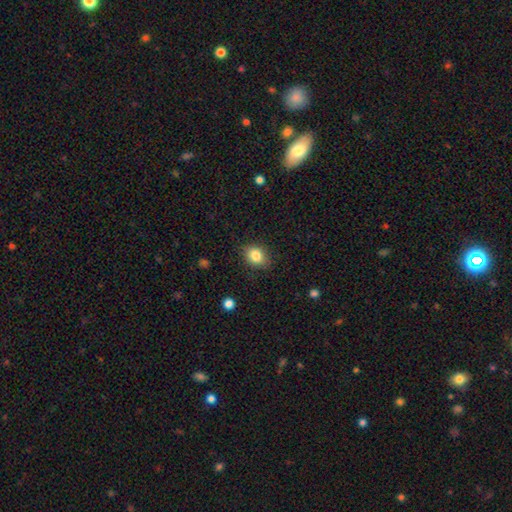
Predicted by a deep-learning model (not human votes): A smooth galaxy with no disk features (83%) that is in between round and cigar-shaped (58%). Merging: none (82%).